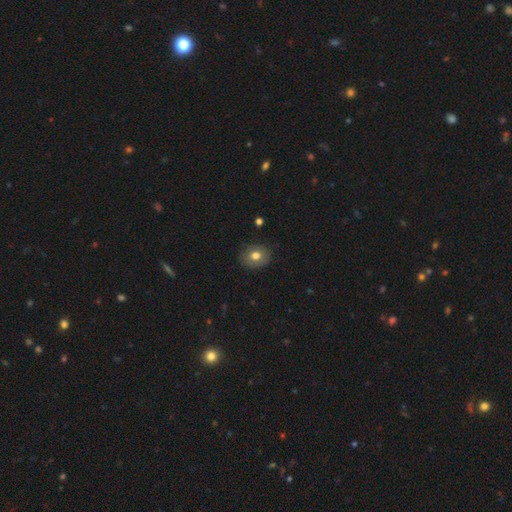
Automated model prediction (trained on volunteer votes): smooth 72%, featured or disk 20%, star or artifact 9%. Down the decision tree: how rounded — round (54%); merging — none (84%).